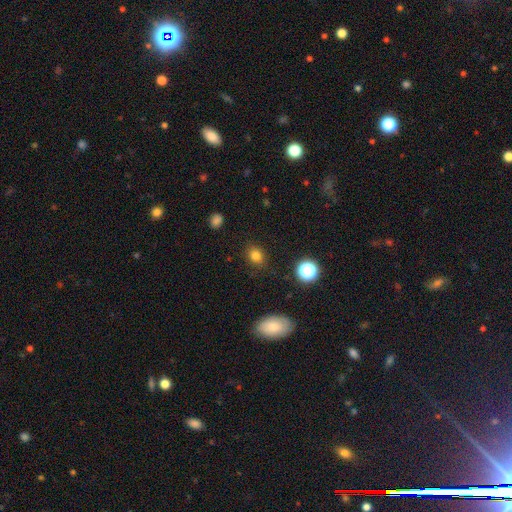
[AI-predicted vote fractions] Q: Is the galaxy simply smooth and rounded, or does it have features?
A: smooth — 79%.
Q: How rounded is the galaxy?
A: round — 55%.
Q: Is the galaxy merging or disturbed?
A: none — 86%.